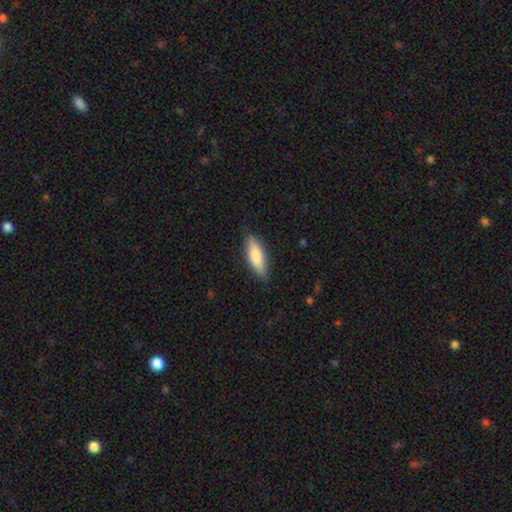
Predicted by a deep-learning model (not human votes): Overall: smooth (78%). How rounded: in between (58%; cigar-shaped 40%). Merging: none (83%).